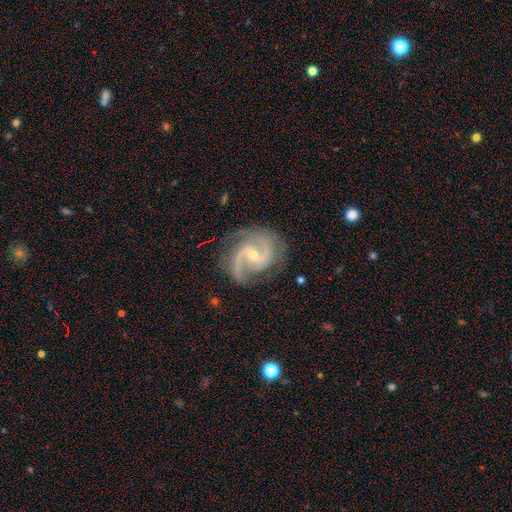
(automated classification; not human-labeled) Smooth or featured? Predicted: featured or disk (p=0.91). Edge-on disk? Predicted: no (p=0.98). Bar? Predicted: weak (p=0.43). Spiral arms? Predicted: yes (p=0.98). Spiral winding? Predicted: medium (p=0.60). Spiral arm count? Predicted: 2 (p=0.86). Bulge size? Predicted: small (p=0.63). Merging? Predicted: none (p=0.77).